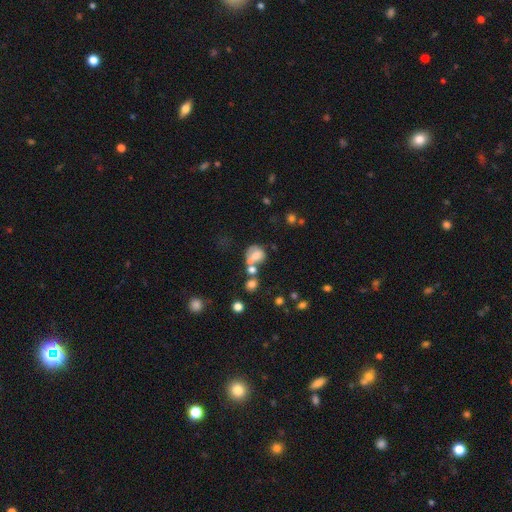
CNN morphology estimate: Smooth or featured?
  - smooth: 62% *
  - featured or disk: 24%
  - star or artifact: 13%
How rounded?
  - round: 64% *
  - in between: 34%
  - cigar-shaped: 1%
Merging?
  - merger: 38% *
  - none: 31%
  - minor disturbance: 16%
  - major disturbance: 14%